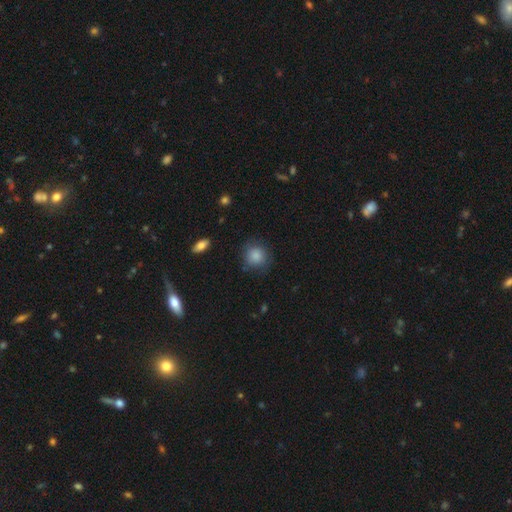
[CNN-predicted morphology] Smooth or featured: smooth — 86% (star or artifact — 8%)
How rounded: round — 87% (in between — 12%)
Merging: none — 78% (minor disturbance — 15%)